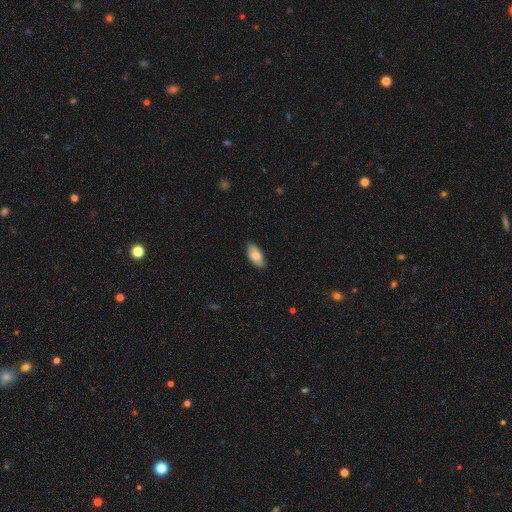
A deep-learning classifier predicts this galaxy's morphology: Overall: smooth (84%). How rounded: in between (93%). Merging: none (86%).